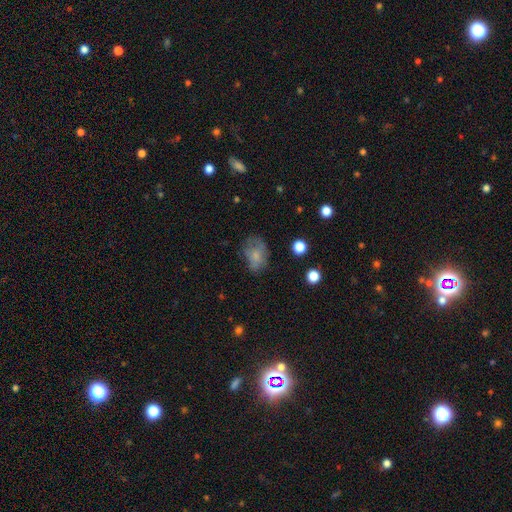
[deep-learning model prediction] Smooth or featured? Predicted: smooth (p=0.68). How rounded? Predicted: in between (p=0.75). Merging? Predicted: none (p=0.49).